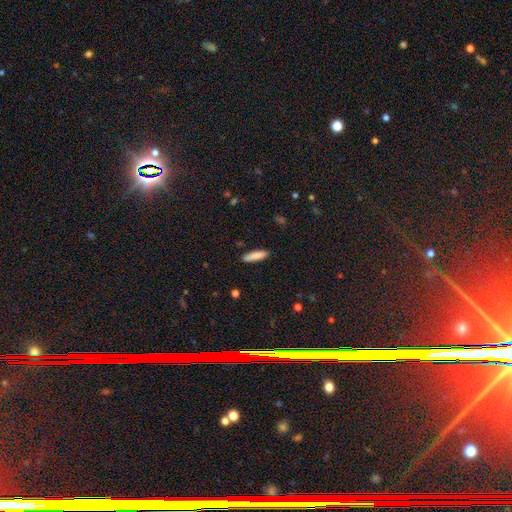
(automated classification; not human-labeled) smooth_or_featured: smooth (p=0.85) [alt: featured or disk p=0.09]
how_rounded: cigar-shaped (p=0.70) [alt: in between p=0.28]
merging: none (p=0.88) [alt: minor disturbance p=0.08]